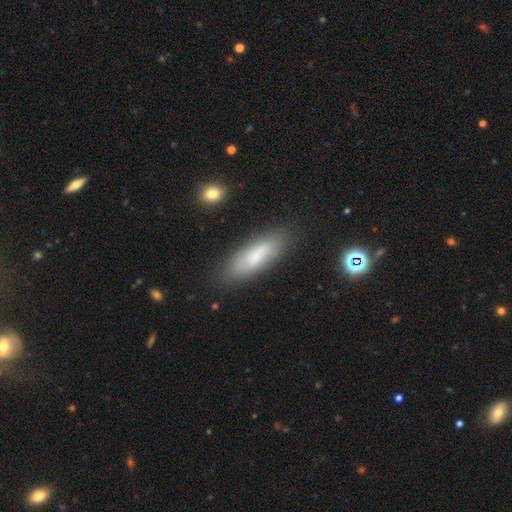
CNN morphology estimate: A smooth galaxy with no disk features (67%) that is in between round and cigar-shaped (52%). Merging: none (78%).